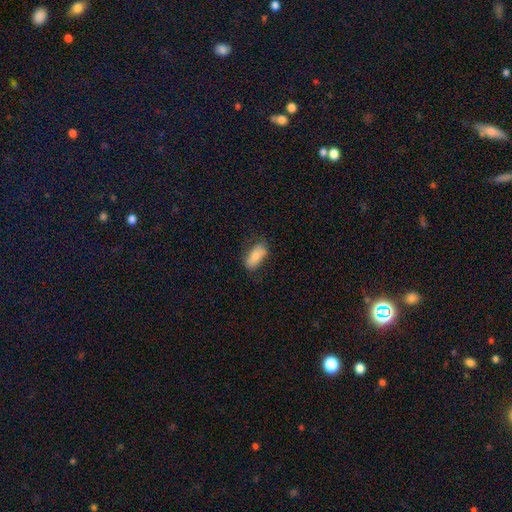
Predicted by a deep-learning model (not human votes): This appears to be a smooth galaxy with no disk features (81%) that is in between round and cigar-shaped (89%). Merging: none (70%).